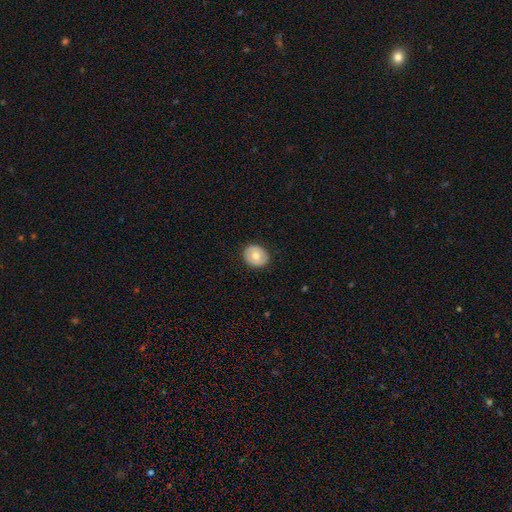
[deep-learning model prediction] Overall: smooth (67%). How rounded: round (66%; in between 33%). Merging: none (88%).